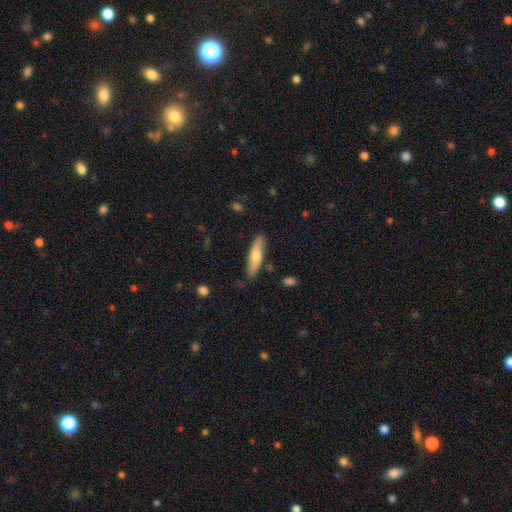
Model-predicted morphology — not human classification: The model was most divided on "smooth or featured": smooth: 64%, featured or disk: 31%, star or artifact: 5%. More confident: merging — none (82%); how rounded — cigar-shaped (73%).